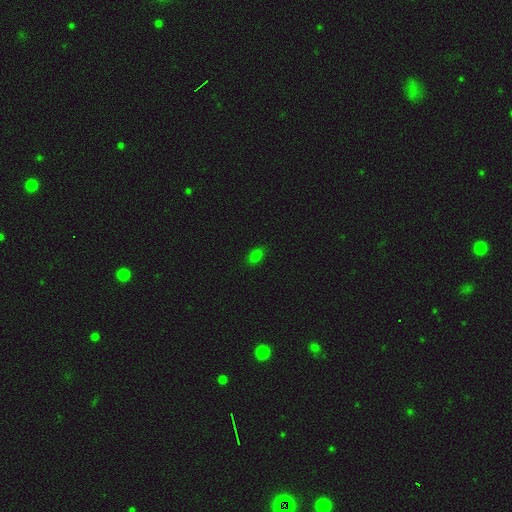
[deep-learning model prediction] The model was most divided on "smooth or featured": smooth: 78%, star or artifact: 17%, featured or disk: 6%. More confident: merging — none (84%); how rounded — in between (83%).